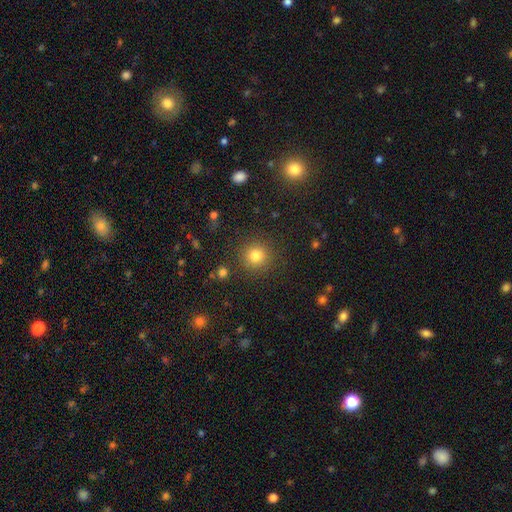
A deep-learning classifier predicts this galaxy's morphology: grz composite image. It shows a smooth galaxy with no disk features (81%) that is round (92%). Merging: none (87%).